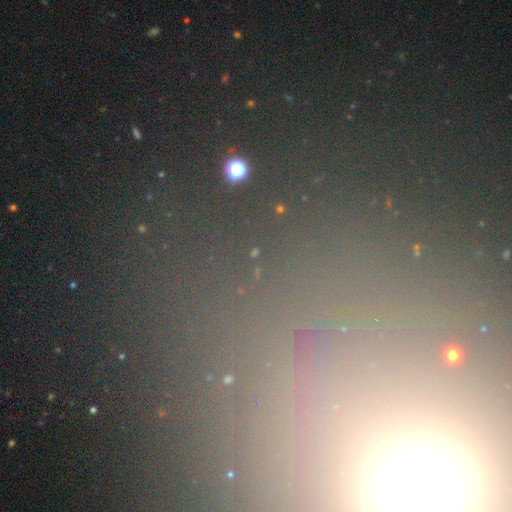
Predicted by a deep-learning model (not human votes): The model was most divided on "smooth or featured": star or artifact: 66%, smooth: 25%, featured or disk: 9%.